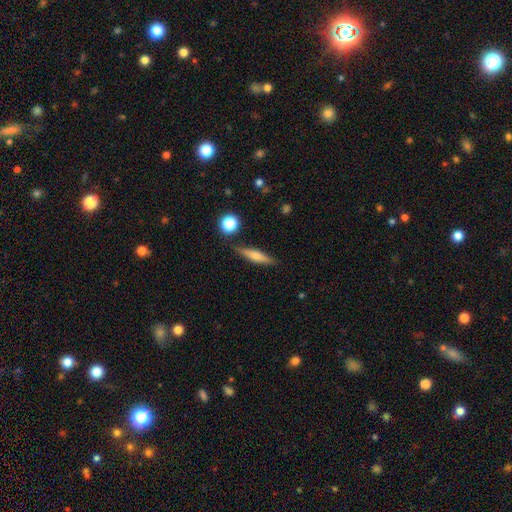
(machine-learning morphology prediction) Smooth or featured? Predicted: smooth (p=0.54). How rounded? Predicted: cigar-shaped (p=0.77). Merging? Predicted: none (p=0.84).